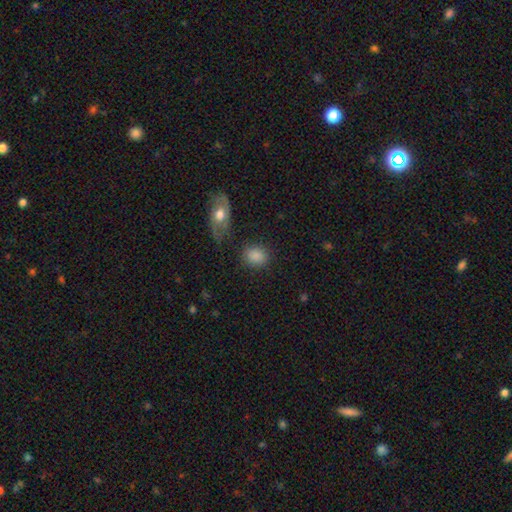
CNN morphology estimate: This is clearly a smooth galaxy (85%). How rounded: possibly round (56%). Merging: likely none (79%).